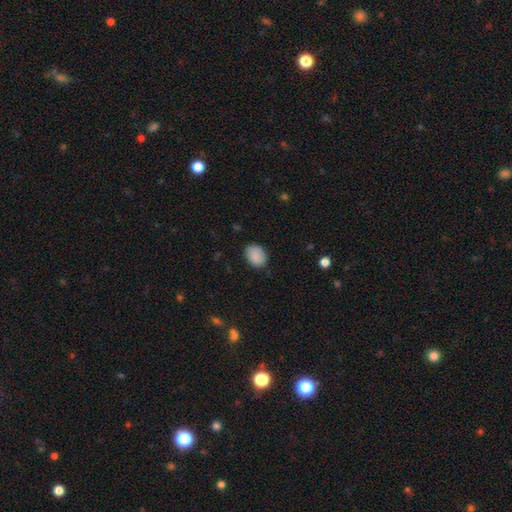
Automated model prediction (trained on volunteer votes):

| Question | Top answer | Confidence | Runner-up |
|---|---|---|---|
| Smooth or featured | smooth | 88% | star or artifact (8%) |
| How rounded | in between | 59% | round (40%) |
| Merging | none | 80% | minor disturbance (15%) |